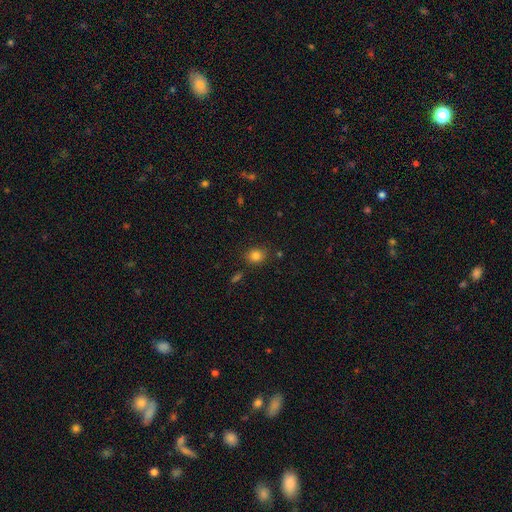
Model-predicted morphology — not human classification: Smooth or featured? Predicted: smooth (p=0.82). How rounded? Predicted: round (p=0.69). Merging? Predicted: none (p=0.83).